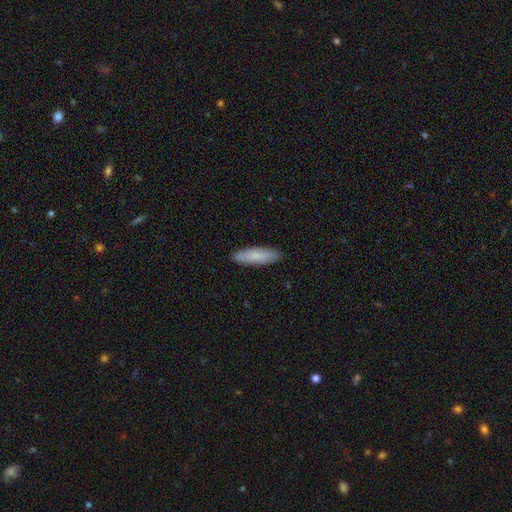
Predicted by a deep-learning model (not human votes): Q: Smooth or featured?
A: smooth (79%); runner-up: featured or disk (15%)
Q: How rounded?
A: cigar-shaped (62%); runner-up: in between (37%)
Q: Merging?
A: none (89%); runner-up: minor disturbance (8%)